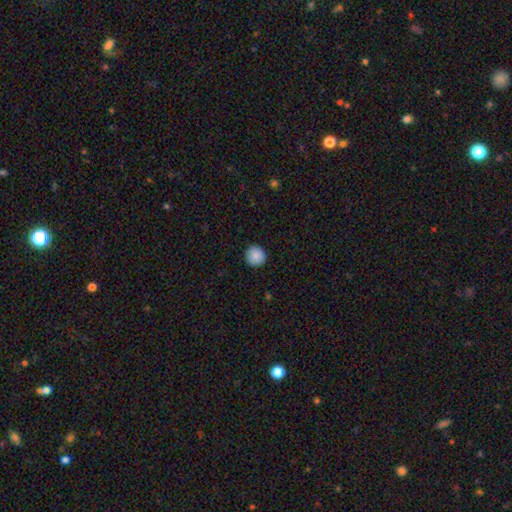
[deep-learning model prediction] Overall: smooth (88%). How rounded: round (94%). Merging: none (92%).